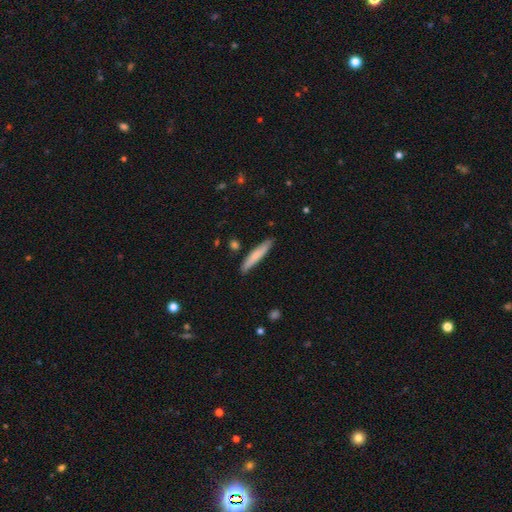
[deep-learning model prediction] smooth 73%, featured or disk 22%, star or artifact 5%. Down the decision tree: how rounded — cigar-shaped (92%); merging — none (85%).